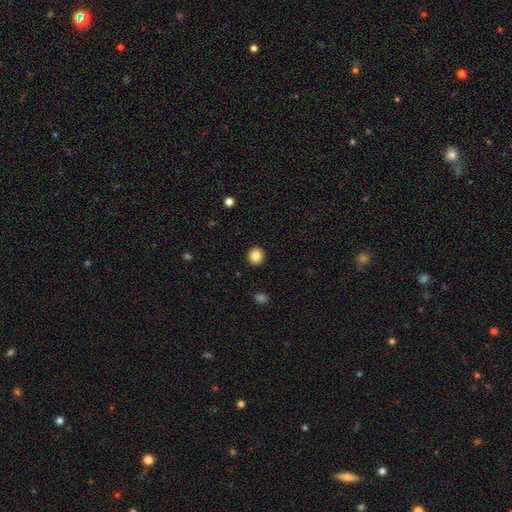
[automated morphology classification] Q: Smooth or featured?
A: smooth (85%); runner-up: star or artifact (10%)
Q: How rounded?
A: round (88%); runner-up: in between (11%)
Q: Merging?
A: none (92%); runner-up: minor disturbance (5%)